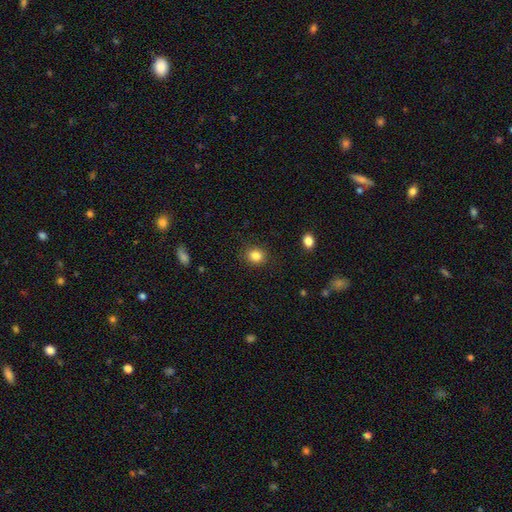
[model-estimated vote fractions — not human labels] Q: Smooth or featured?
A: smooth (84%); runner-up: star or artifact (11%)
Q: How rounded?
A: round (76%); runner-up: in between (23%)
Q: Merging?
A: none (88%); runner-up: minor disturbance (8%)